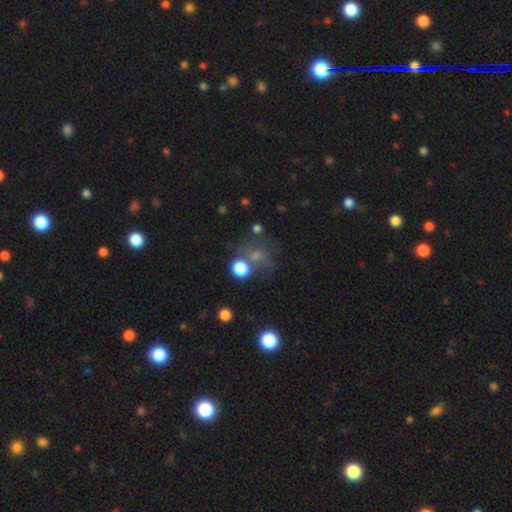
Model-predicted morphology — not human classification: This is possibly a smooth galaxy (51%). How rounded: clearly round (80%). Merging: likely none (60%).